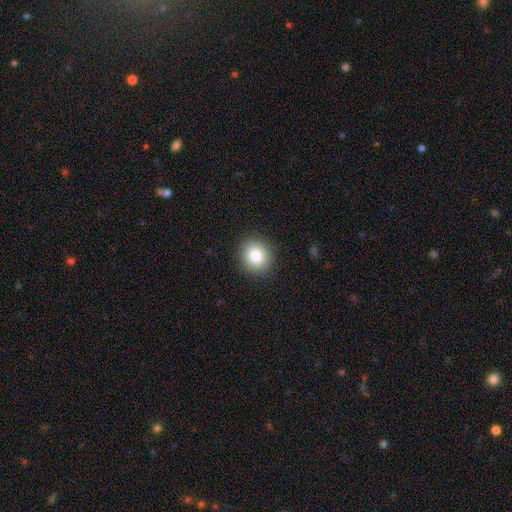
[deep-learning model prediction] smooth 84%, star or artifact 9%, featured or disk 6%. Down the decision tree: how rounded — round (82%); merging — none (90%).